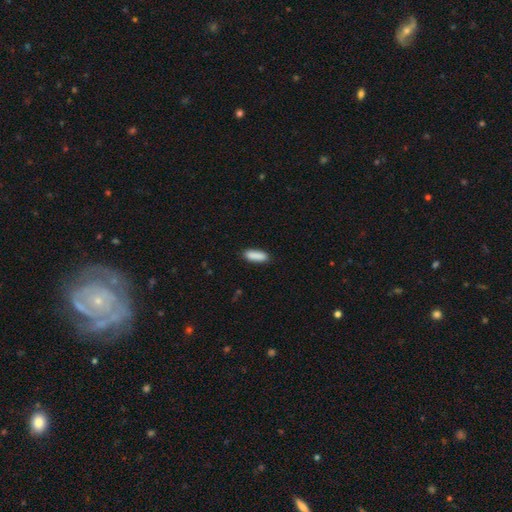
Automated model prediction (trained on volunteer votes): Smooth or featured: smooth — 89% (star or artifact — 6%)
How rounded: in between — 60% (cigar-shaped — 39%)
Merging: none — 87% (minor disturbance — 10%)